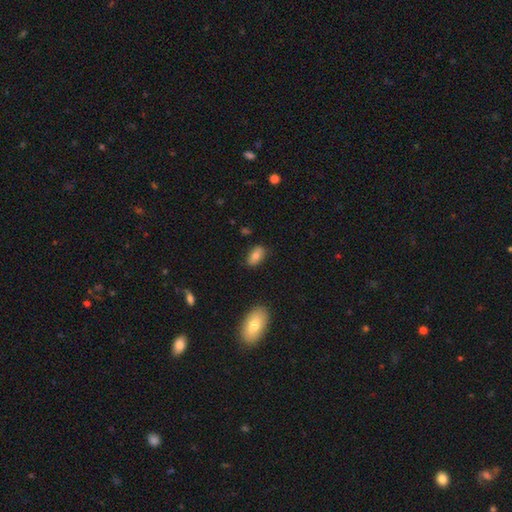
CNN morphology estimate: A smooth galaxy with no disk features (77%) that is in between round and cigar-shaped (90%).

Vote fractions:
- Smooth or featured? smooth: 77% / featured or disk: 14% / star or artifact: 9%
- How rounded? in between: 90% / round: 7% / cigar-shaped: 3%
- Merging? none: 79% / minor disturbance: 16% / major disturbance: 3% / merger: 2%